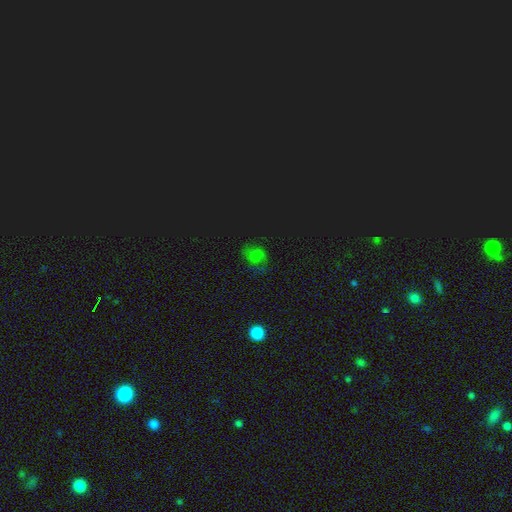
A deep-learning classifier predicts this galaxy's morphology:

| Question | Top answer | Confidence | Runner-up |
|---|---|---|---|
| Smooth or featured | smooth | 45% | star or artifact (41%) |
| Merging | none | 61% | minor disturbance (24%) |